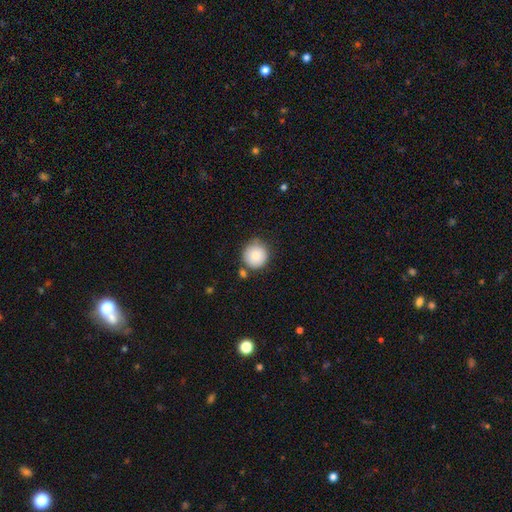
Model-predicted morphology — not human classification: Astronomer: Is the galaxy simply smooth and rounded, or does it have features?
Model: smooth — 83%.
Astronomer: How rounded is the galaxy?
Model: round — 94%.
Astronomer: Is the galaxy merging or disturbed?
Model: none — 74%.